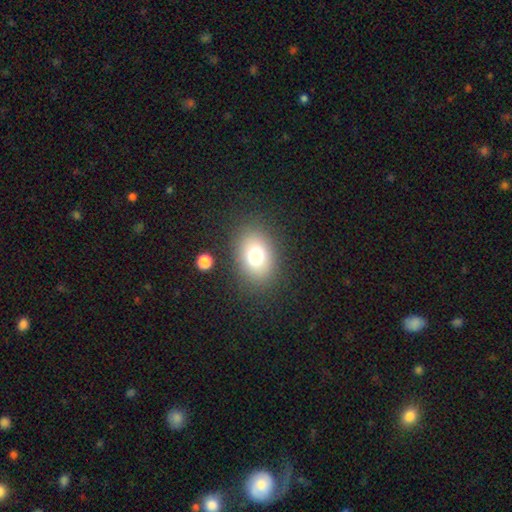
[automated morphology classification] The model was most divided on "how rounded": in between: 68%, round: 31%, cigar-shaped: 1%. More confident: merging — none (83%); smooth or featured — smooth (74%).